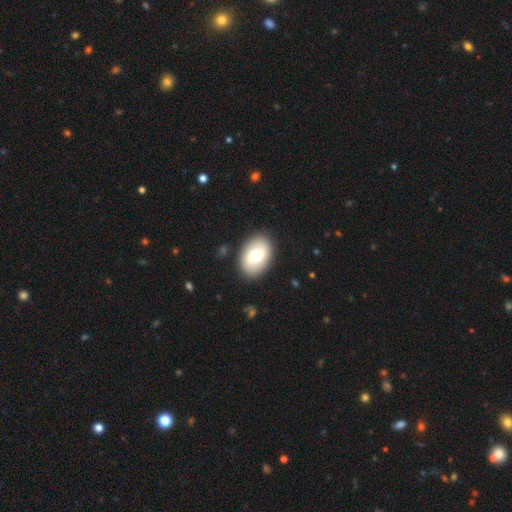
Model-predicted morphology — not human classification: smooth-or-featured: smooth: 68% | featured or disk: 26% | star or artifact: 6%
  how-rounded: in between: 81% | round: 18% | cigar-shaped: 1%
  merging: none: 88% | minor disturbance: 8% | major disturbance: 3% | merger: 1%